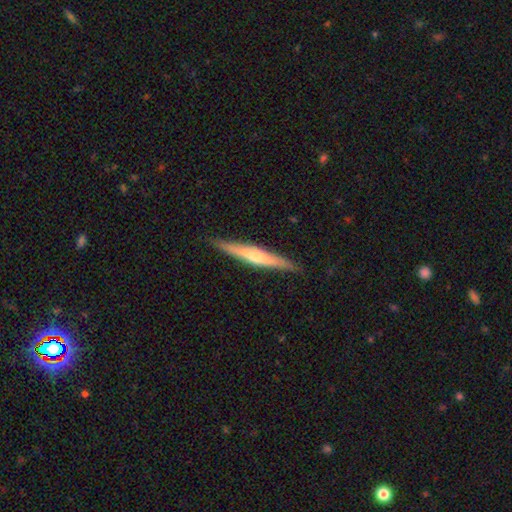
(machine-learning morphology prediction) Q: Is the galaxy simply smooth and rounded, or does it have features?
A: featured or disk — 61%.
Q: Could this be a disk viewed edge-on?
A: yes — 95%.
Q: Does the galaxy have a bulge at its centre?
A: rounded — 77%.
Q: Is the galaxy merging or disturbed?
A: none — 89%.